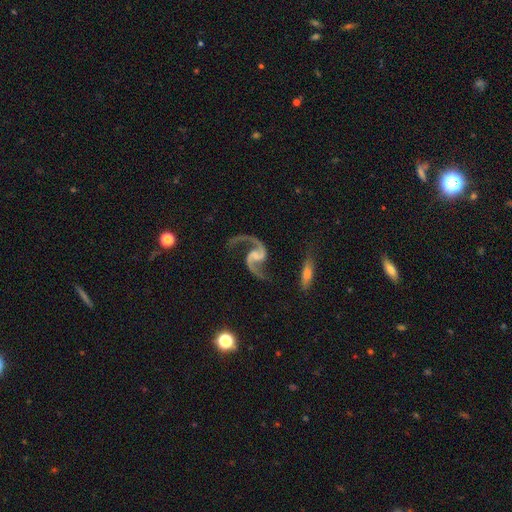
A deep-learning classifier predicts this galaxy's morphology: smooth_or_featured: featured or disk (p=0.93) [alt: star or artifact p=0.04]
disk_edge_on: no (p=0.98) [alt: yes p=0.02]
bar: weak (p=0.44) [alt: no p=0.42]
has_spiral_arms: yes (p=0.98) [alt: no p=0.02]
spiral_winding: loose (p=0.63) [alt: medium p=0.33]
spiral_arm_count: 2 (p=0.93) [alt: 1 p=0.03]
bulge_size: none (p=0.43) [alt: small p=0.35]
merging: none (p=0.70) [alt: minor disturbance p=0.15]